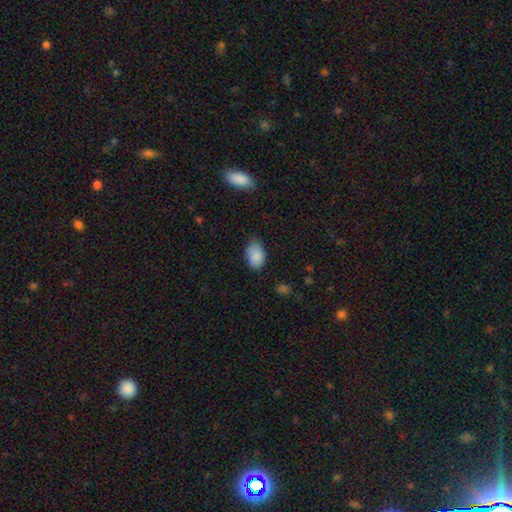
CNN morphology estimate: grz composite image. It shows a smooth galaxy with no disk features (87%) that is in between round and cigar-shaped (88%). Merging: none (65%).